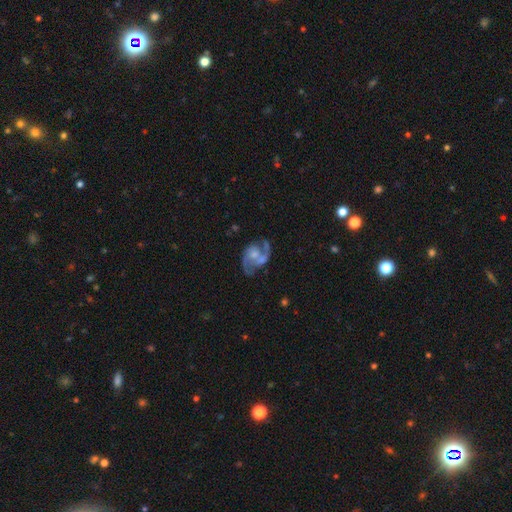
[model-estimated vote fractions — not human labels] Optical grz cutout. It shows a featured or disk galaxy (79%) with no bar (65%), 2 (78%) medium (49%) spiral arms (88%) and a moderate central bulge (35%). Merging: none (47%).